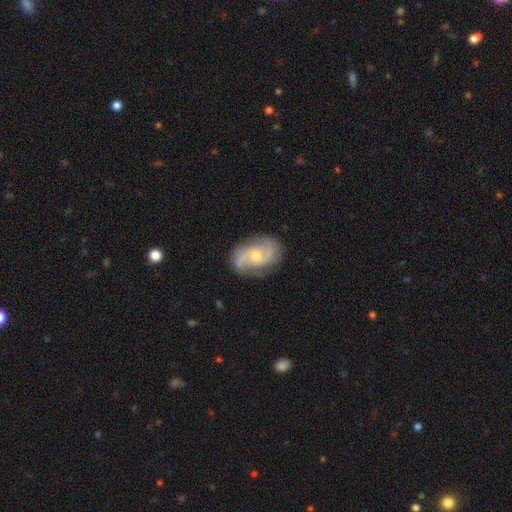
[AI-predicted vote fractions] This is clearly a featured or disk galaxy (84%). It is clearly not viewed edge-on (97%). Bar: likely no (61%). Spiral arm pattern: clearly yes (96%). Spiral arm count: clearly 2 (82%). Spiral winding: possibly medium (50%). Central bulge: possibly small (49%). Merging: likely none (78%).